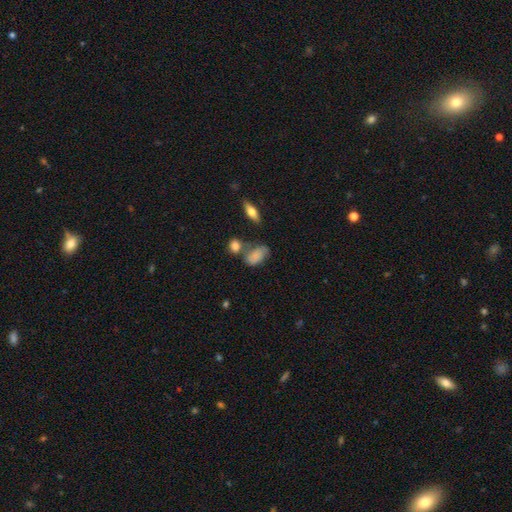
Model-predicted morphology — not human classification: smooth_or_featured: smooth (p=0.70) [alt: featured or disk p=0.21]
how_rounded: in between (p=0.88) [alt: round p=0.09]
merging: none (p=0.45) [alt: minor disturbance p=0.26]